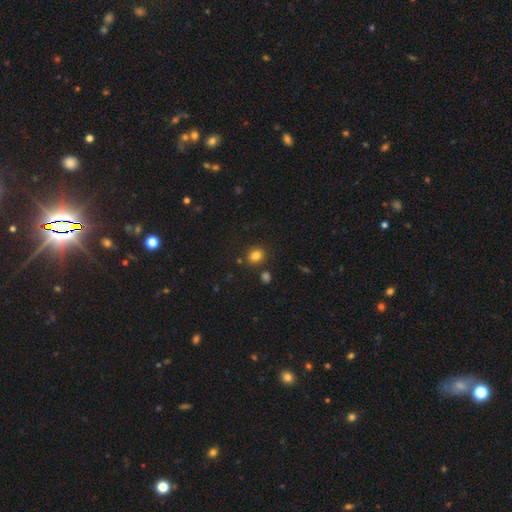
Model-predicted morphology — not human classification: Smooth or featured?
  - smooth: 82% *
  - star or artifact: 12%
  - featured or disk: 6%
How rounded?
  - round: 68% *
  - in between: 31%
  - cigar-shaped: 1%
Merging?
  - none: 84% *
  - minor disturbance: 9%
  - merger: 5%
  - major disturbance: 3%